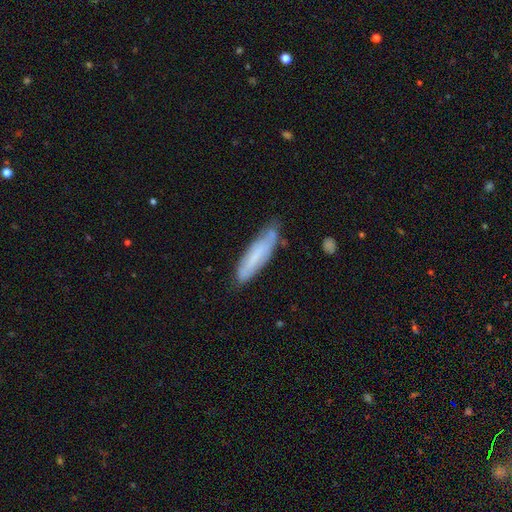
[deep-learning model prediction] Q: Smooth or featured?
A: smooth (64%); runner-up: featured or disk (29%)
Q: How rounded?
A: cigar-shaped (73%); runner-up: in between (26%)
Q: Merging?
A: none (69%); runner-up: minor disturbance (24%)